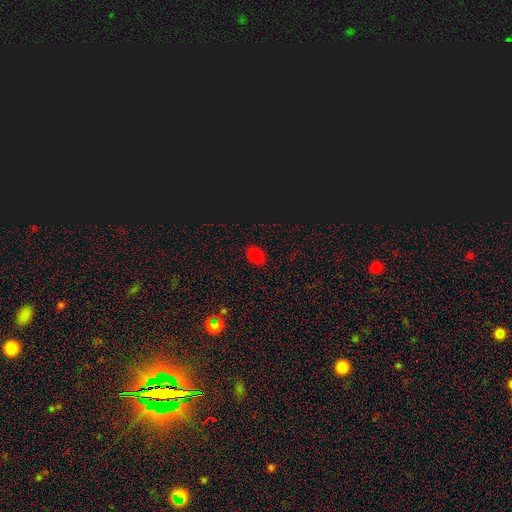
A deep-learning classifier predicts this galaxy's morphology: smooth_or_featured: smooth (p=0.76) [alt: star or artifact p=0.20]
how_rounded: in between (p=0.78) [alt: round p=0.21]
merging: none (p=0.87) [alt: minor disturbance p=0.09]